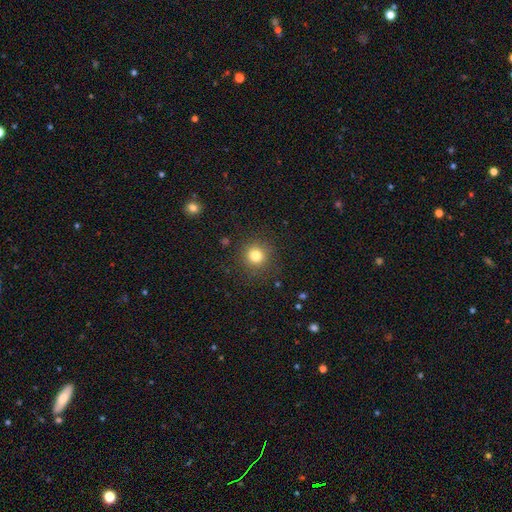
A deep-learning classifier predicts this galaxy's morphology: smooth-or-featured: smooth: 81% | star or artifact: 13% | featured or disk: 6%
  how-rounded: round: 93% | in between: 6% | cigar-shaped: 1%
  merging: none: 89% | minor disturbance: 7% | major disturbance: 3% | merger: 1%